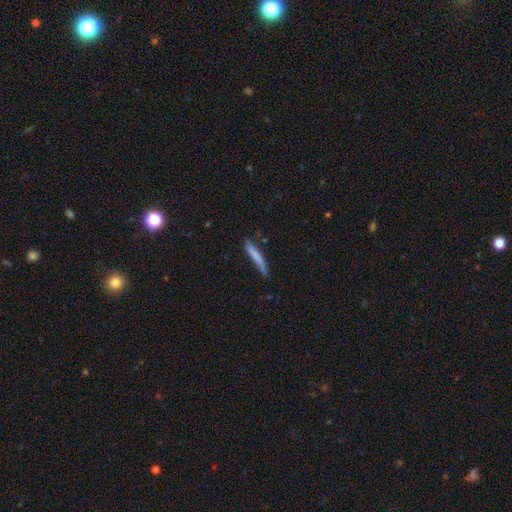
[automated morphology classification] Smooth or featured? Predicted: smooth (p=0.70). How rounded? Predicted: cigar-shaped (p=0.94). Merging? Predicted: none (p=0.64).